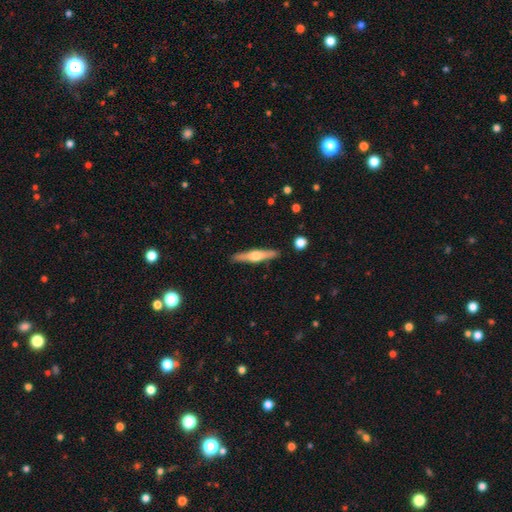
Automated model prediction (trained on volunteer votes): Morphology: type=featured or disk (63%); edge-on=yes (97%); edge-on bulge=rounded (92%); merging=none (89%).